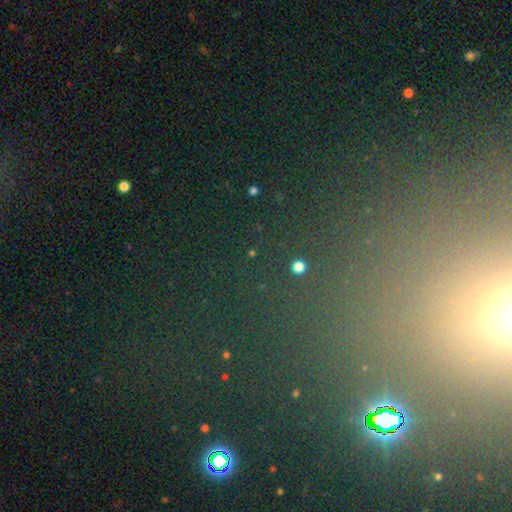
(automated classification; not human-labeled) Smooth or featured: star or artifact — 69% (smooth — 19%)